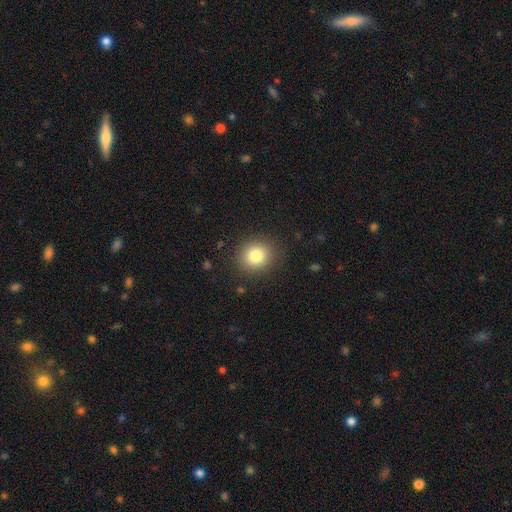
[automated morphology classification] smooth 81%, star or artifact 11%, featured or disk 8%. Down the decision tree: how rounded — round (83%); merging — none (88%).